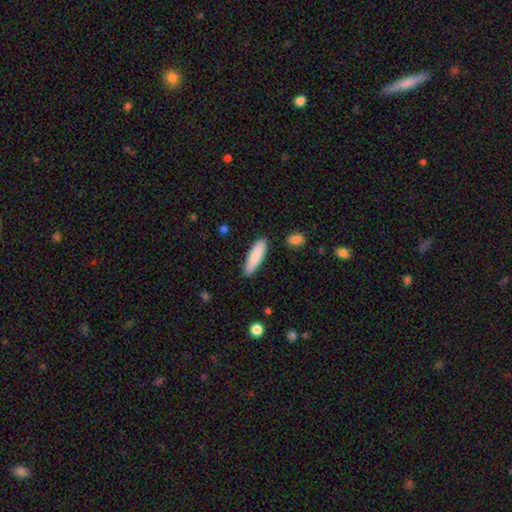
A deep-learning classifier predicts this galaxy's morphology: Overall: smooth (86%). How rounded: cigar-shaped (67%; in between 31%). Merging: none (87%).